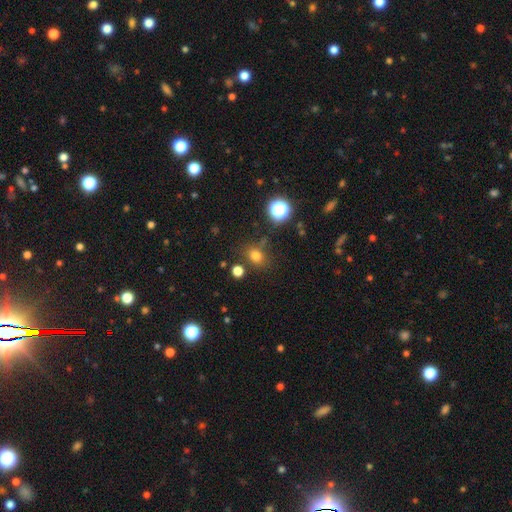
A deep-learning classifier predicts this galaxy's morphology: Smooth or featured? Predicted: smooth (p=0.73). How rounded? Predicted: round (p=0.58). Merging? Predicted: none (p=0.74).